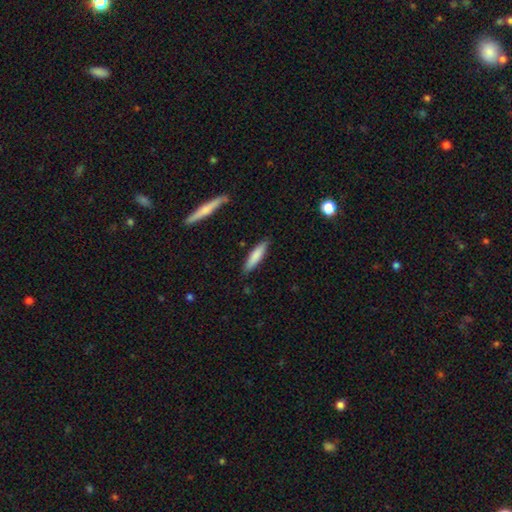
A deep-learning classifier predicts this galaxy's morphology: Smooth or featured: smooth — 81% (featured or disk — 13%)
How rounded: cigar-shaped — 73% (in between — 26%)
Merging: none — 86% (minor disturbance — 10%)